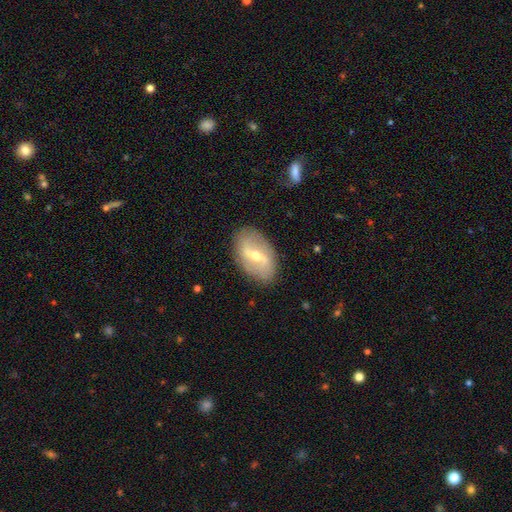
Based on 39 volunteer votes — This appears to be a featured or disk galaxy (69%) with a weak bar (50%), 2 (87%) loose (61%) spiral arms (88%) and a moderate central bulge (58%). Merging: none (83%).